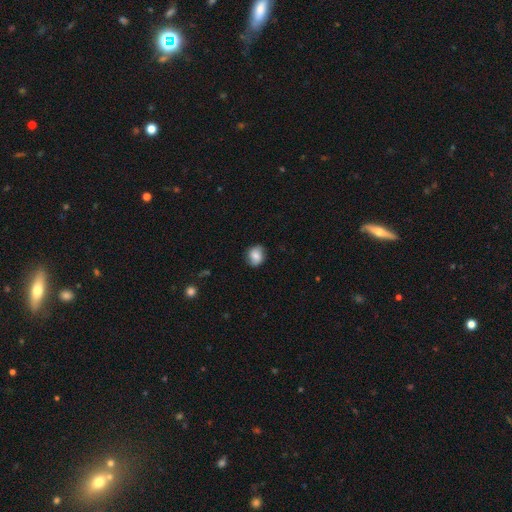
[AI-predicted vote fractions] Smooth or featured? smooth (78%)
How rounded? round (67%)
Merging? none (79%)